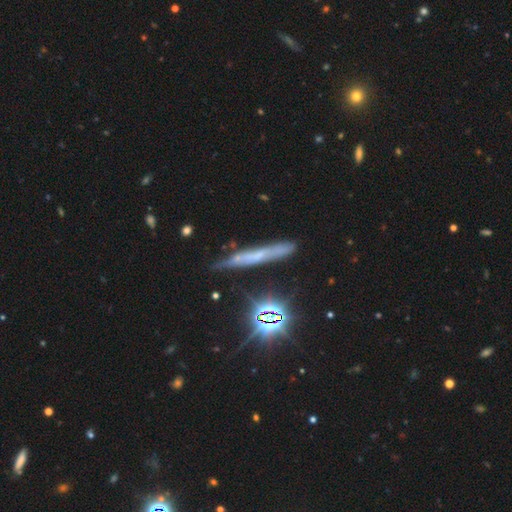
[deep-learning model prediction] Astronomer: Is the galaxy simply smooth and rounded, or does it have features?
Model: featured or disk — 42% (runner-up: smooth, 34%).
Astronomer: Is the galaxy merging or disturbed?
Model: none — 71%.